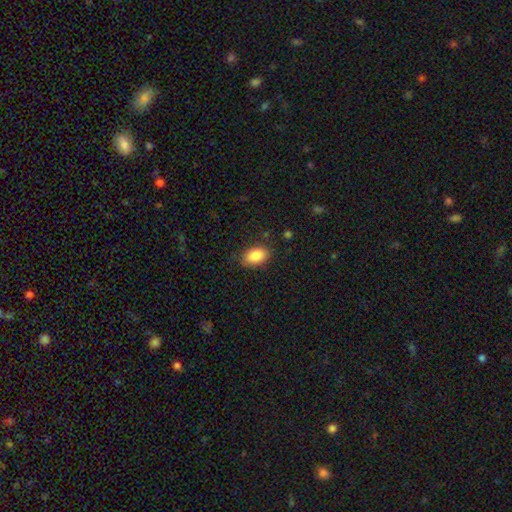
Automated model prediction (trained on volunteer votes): A smooth galaxy with no disk features (87%) that is in between round and cigar-shaped (91%).

Vote fractions:
- Smooth or featured? smooth: 87% / star or artifact: 7% / featured or disk: 6%
- How rounded? in between: 91% / round: 7% / cigar-shaped: 1%
- Merging? none: 83% / minor disturbance: 12% / major disturbance: 3% / merger: 1%